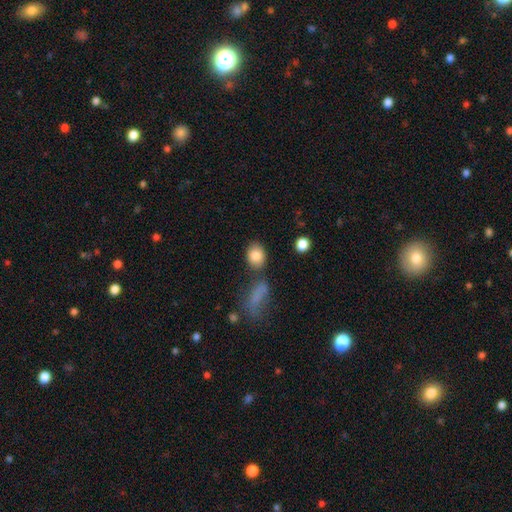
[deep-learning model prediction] smooth_or_featured: smooth (p=0.85) [alt: star or artifact p=0.08]
how_rounded: in between (p=0.64) [alt: round p=0.34]
merging: none (p=0.69) [alt: merger p=0.13]